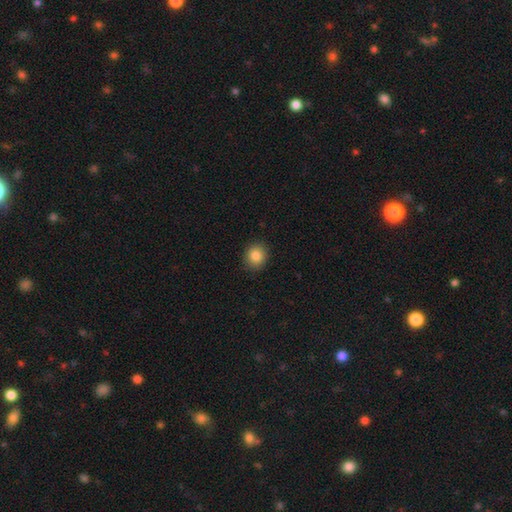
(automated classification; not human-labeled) A smooth galaxy with no disk features (85%) that is round (78%).

Vote fractions:
- Smooth or featured? smooth: 85% / star or artifact: 10% / featured or disk: 5%
- How rounded? round: 78% / in between: 21% / cigar-shaped: 1%
- Merging? none: 89% / minor disturbance: 8% / major disturbance: 2% / merger: 1%